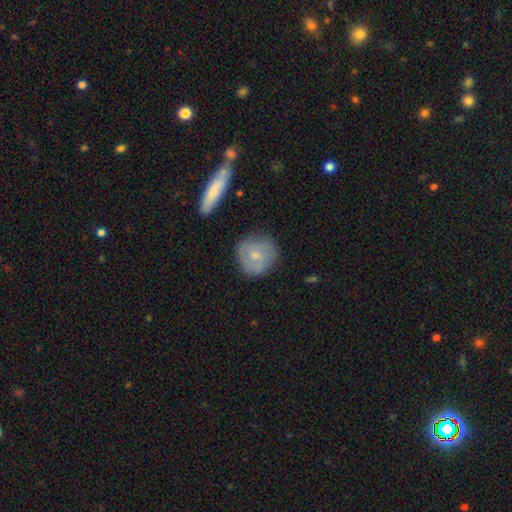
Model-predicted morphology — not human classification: smooth-or-featured: smooth: 54% | featured or disk: 40% | star or artifact: 6%
  how-rounded: round: 89% | in between: 10% | cigar-shaped: 1%
  merging: none: 77% | minor disturbance: 16% | major disturbance: 4% | merger: 3%